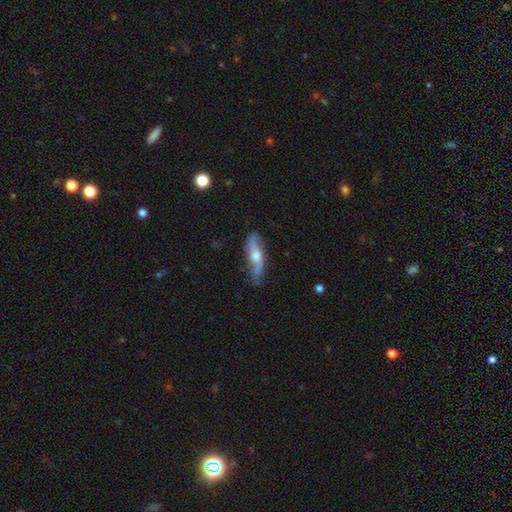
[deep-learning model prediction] smooth-or-featured: featured or disk: 62% | smooth: 32% | star or artifact: 6%
  disk-edge-on: no: 60% | yes: 40%
  merging: none: 77% | minor disturbance: 17% | major disturbance: 4% | merger: 2%